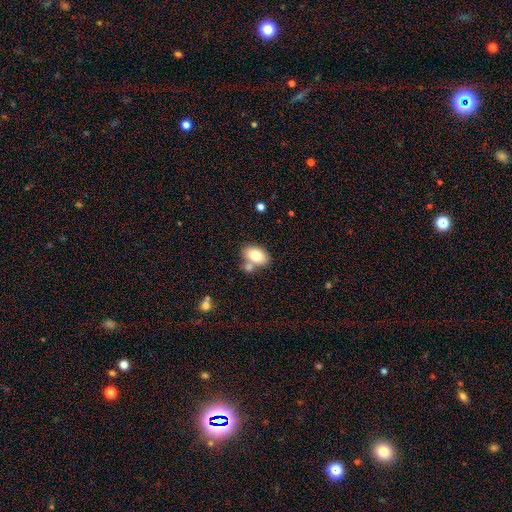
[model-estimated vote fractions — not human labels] smooth 76%, featured or disk 16%, star or artifact 8%. Down the decision tree: how rounded — in between (86%); merging — none (55%).